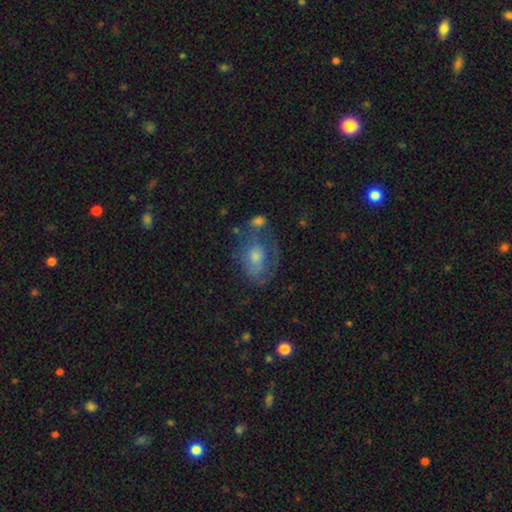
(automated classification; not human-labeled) A featured or disk galaxy (47%).

Vote fractions:
- Smooth or featured? featured or disk: 47% / smooth: 42% / star or artifact: 11%
- Merging? none: 41% / major disturbance: 25% / minor disturbance: 23% / merger: 11%